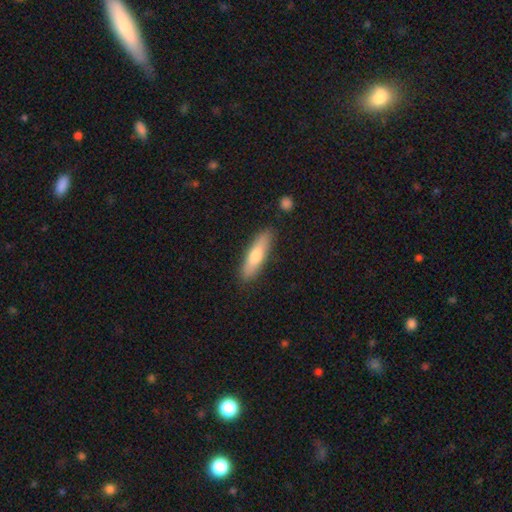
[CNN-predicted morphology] smooth-or-featured: smooth: 66% | featured or disk: 29% | star or artifact: 6%
  how-rounded: cigar-shaped: 70% | in between: 28% | round: 2%
  merging: none: 86% | minor disturbance: 10% | major disturbance: 2% | merger: 2%